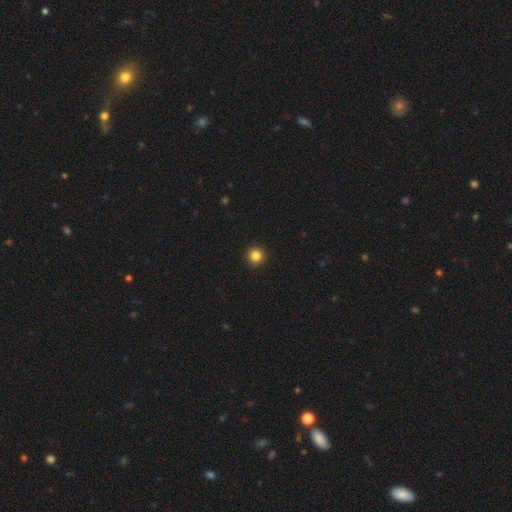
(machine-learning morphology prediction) A smooth galaxy with no disk features (84%) that is round (96%). Merging: none (94%).